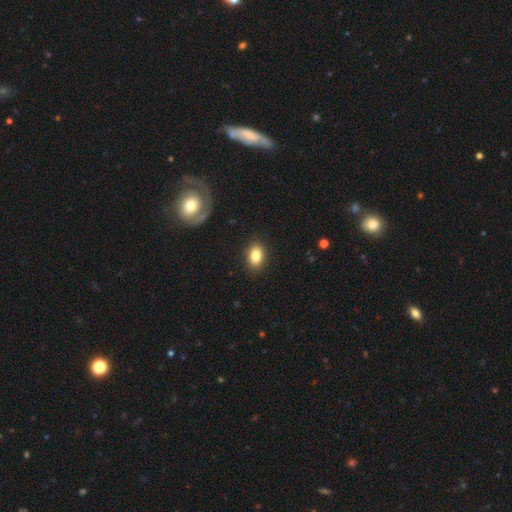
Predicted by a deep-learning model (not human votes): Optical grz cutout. It shows a smooth galaxy with no disk features (83%) that is in between round and cigar-shaped (82%). Merging: none (88%).